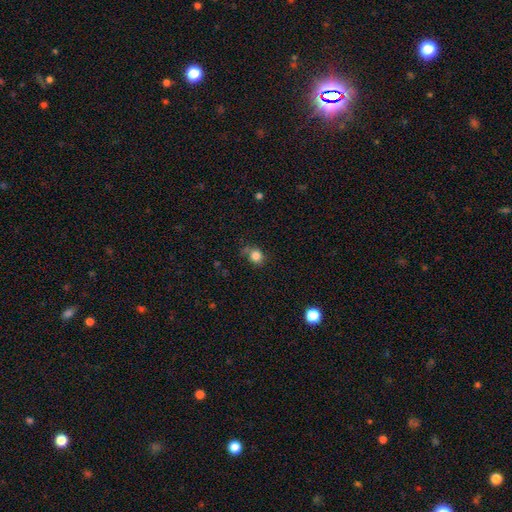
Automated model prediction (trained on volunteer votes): The model was most divided on "merging": none: 63%, minor disturbance: 24%, major disturbance: 8%, merger: 6%. More confident: smooth or featured — smooth (83%); how rounded — round (76%).